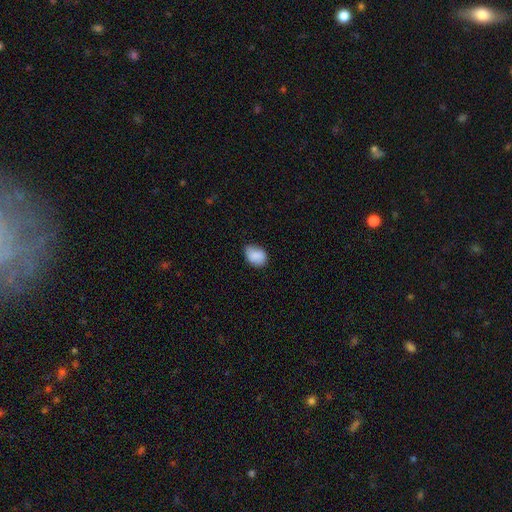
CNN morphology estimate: Smooth or featured? Predicted: smooth (p=0.85). How rounded? Predicted: in between (p=0.65). Merging? Predicted: none (p=0.65).